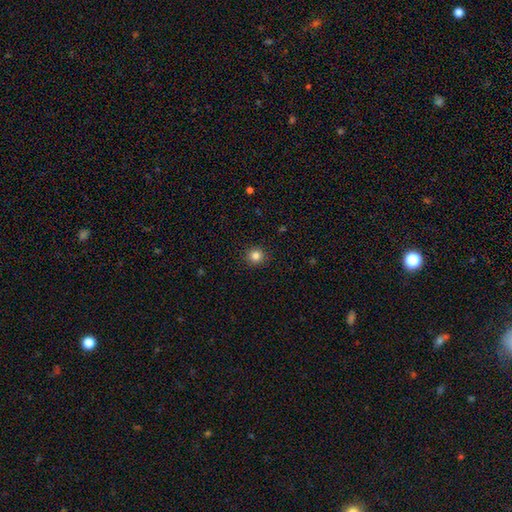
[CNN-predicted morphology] smooth 83%, star or artifact 12%, featured or disk 5%. Down the decision tree: how rounded — round (92%); merging — none (91%).